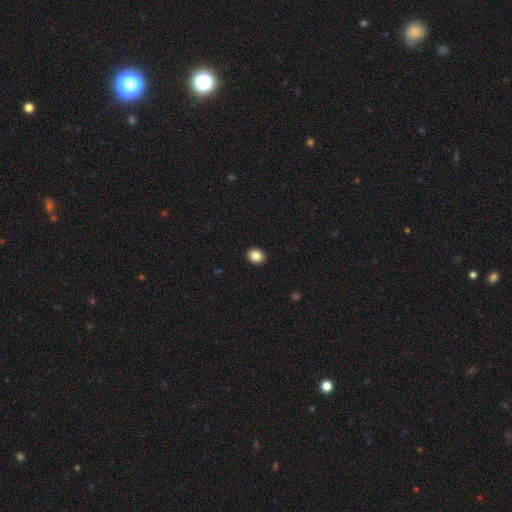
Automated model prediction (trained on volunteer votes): Smooth or featured?
  - smooth: 87% *
  - star or artifact: 9%
  - featured or disk: 4%
How rounded?
  - round: 57% *
  - in between: 42%
  - cigar-shaped: 1%
Merging?
  - none: 91% *
  - minor disturbance: 6%
  - major disturbance: 2%
  - merger: 1%